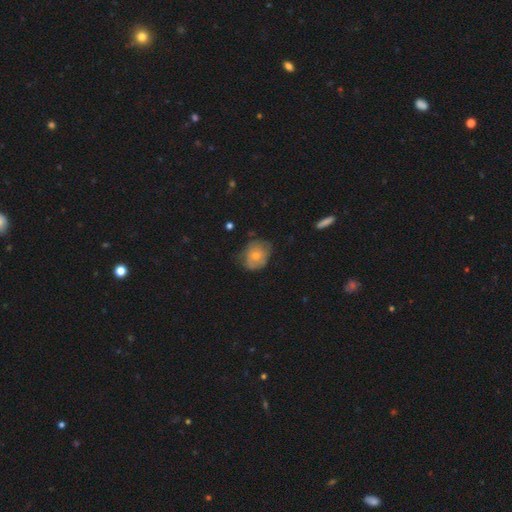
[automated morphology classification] Smooth or featured? Predicted: smooth (p=0.52). How rounded? Predicted: round (p=0.61). Merging? Predicted: none (p=0.62).